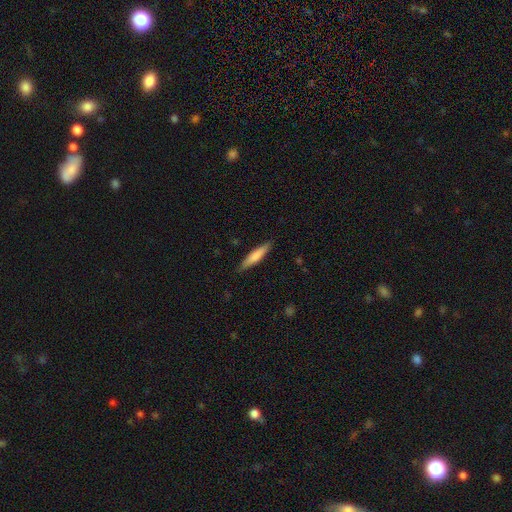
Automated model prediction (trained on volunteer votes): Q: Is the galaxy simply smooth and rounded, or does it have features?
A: smooth — 73%.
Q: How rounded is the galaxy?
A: cigar-shaped — 86%.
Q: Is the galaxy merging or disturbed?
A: none — 88%.